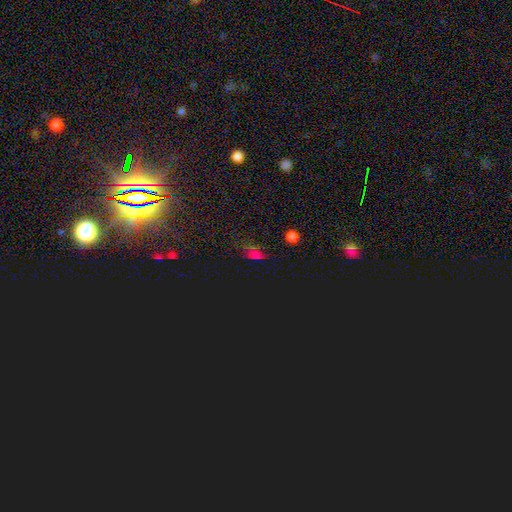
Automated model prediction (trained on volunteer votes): A star or artifact, not a galaxy (57%).